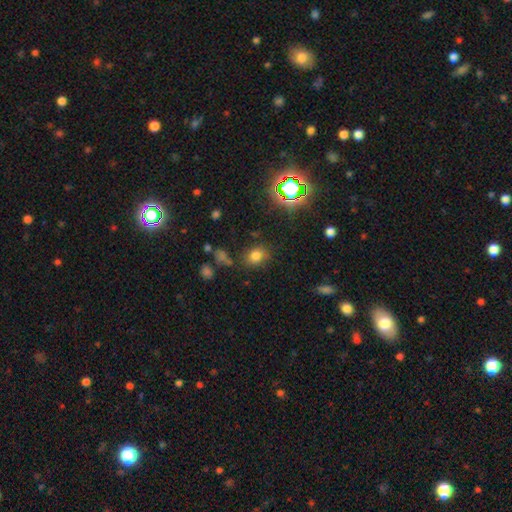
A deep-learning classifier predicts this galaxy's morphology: smooth-or-featured: smooth: 71% | star or artifact: 21% | featured or disk: 8%
  how-rounded: round: 51% | in between: 47% | cigar-shaped: 1%
  merging: none: 72% | minor disturbance: 16% | major disturbance: 7% | merger: 5%